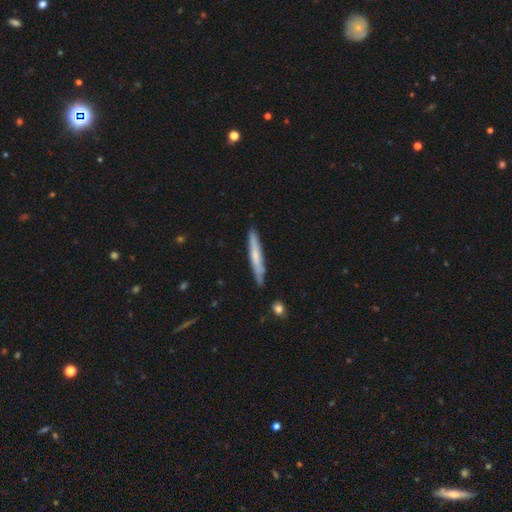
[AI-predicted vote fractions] A smooth galaxy with no disk features (55%) that is cigar-shaped (95%). Merging: none (84%).